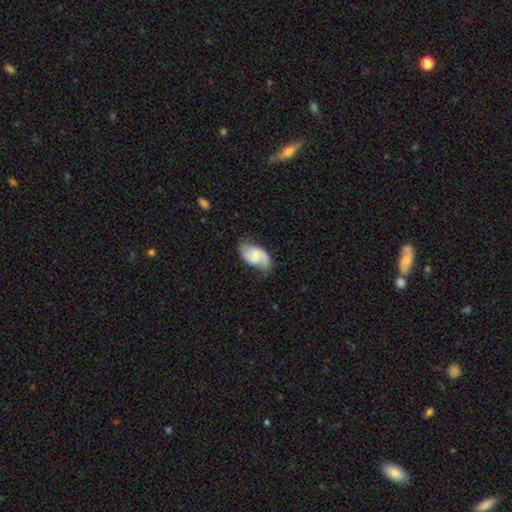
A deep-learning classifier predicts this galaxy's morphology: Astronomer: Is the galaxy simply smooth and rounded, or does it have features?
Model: featured or disk — 67%.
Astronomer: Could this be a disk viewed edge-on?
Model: no — 97%.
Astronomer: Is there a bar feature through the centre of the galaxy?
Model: weak — 50% (runner-up: no, 38%).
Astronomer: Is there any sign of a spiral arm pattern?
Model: yes — 93%.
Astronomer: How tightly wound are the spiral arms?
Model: medium — 46% (runner-up: loose, 34%).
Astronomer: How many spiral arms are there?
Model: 2 — 87%.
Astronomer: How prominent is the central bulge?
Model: small — 46% (runner-up: moderate, 36%).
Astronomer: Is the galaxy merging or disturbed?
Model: none — 70%.